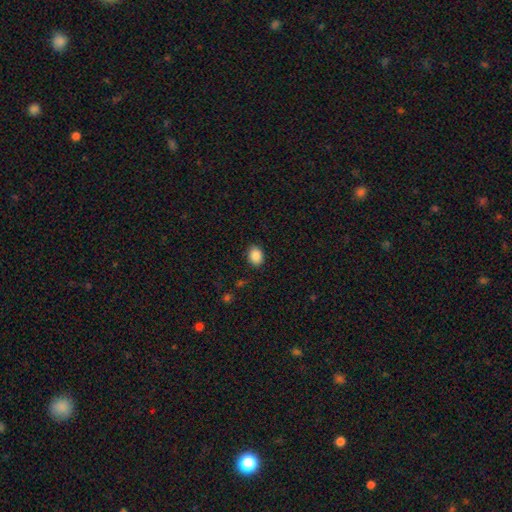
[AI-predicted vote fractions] This appears to be a smooth galaxy with no disk features (88%) that is in between round and cigar-shaped (63%). Merging: none (88%).